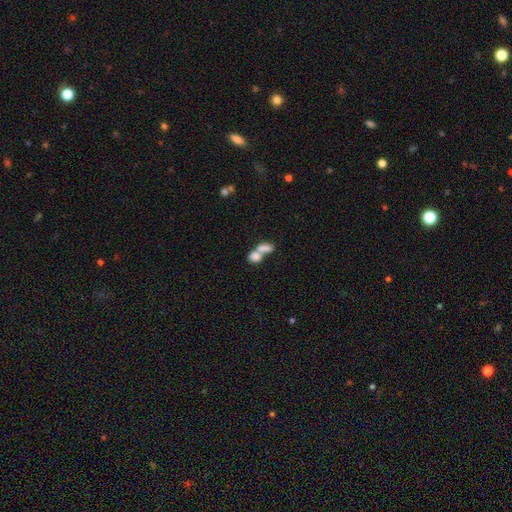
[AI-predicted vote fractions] Smooth or featured: smooth — 78% (featured or disk — 14%)
How rounded: in between — 73% (round — 22%)
Merging: merger — 73% (none — 17%)